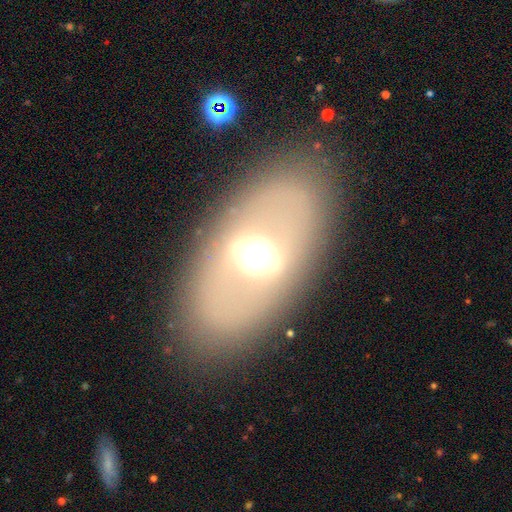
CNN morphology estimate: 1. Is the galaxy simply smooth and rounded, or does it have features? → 52% featured or disk, 37% smooth, 11% star or artifact.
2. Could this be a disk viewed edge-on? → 79% no, 21% yes.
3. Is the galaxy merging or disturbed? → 83% none, 9% minor disturbance, 6% major disturbance, 2% merger.